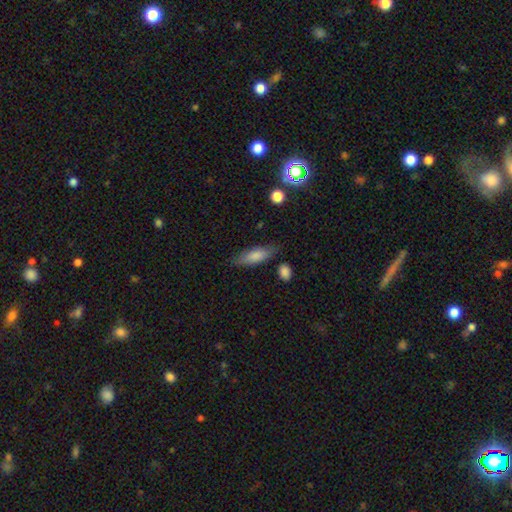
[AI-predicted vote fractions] The model was most divided on "how rounded": in between: 58%, cigar-shaped: 40%, round: 2%. More confident: smooth or featured — smooth (79%); merging — none (74%).